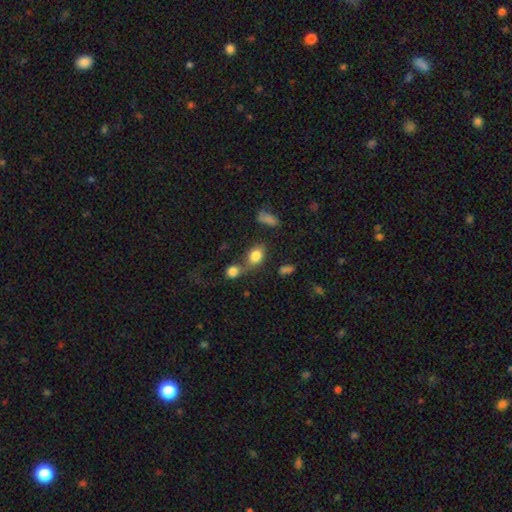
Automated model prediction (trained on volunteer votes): Smooth or featured: smooth — 80% (star or artifact — 11%)
How rounded: in between — 61% (round — 37%)
Merging: merger — 44% (none — 37%)